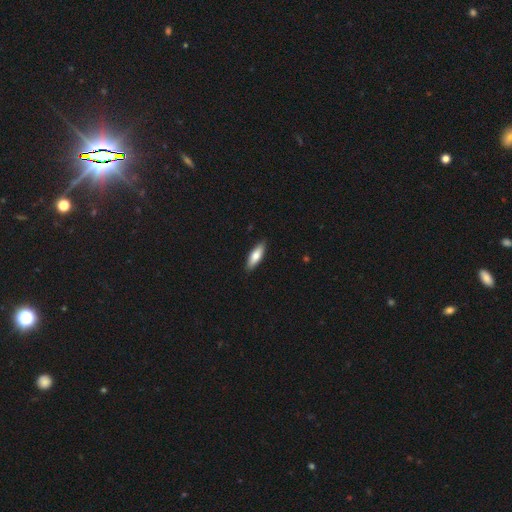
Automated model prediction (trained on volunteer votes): A smooth galaxy with no disk features (75%) that is in between round and cigar-shaped (53%). Merging: none (88%).